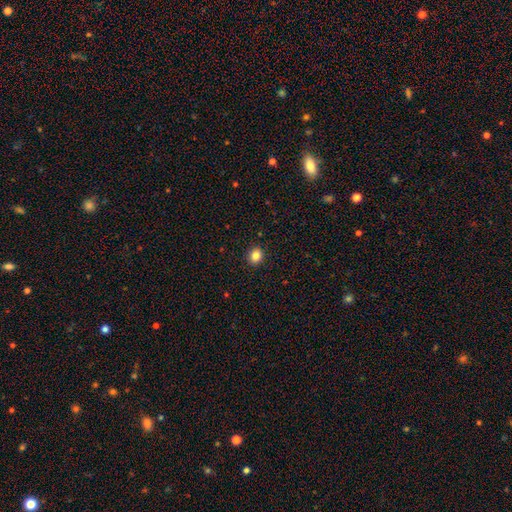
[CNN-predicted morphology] smooth_or_featured: smooth (p=0.84) [alt: star or artifact p=0.11]
how_rounded: round (p=0.76) [alt: in between p=0.23]
merging: none (p=0.92) [alt: minor disturbance p=0.06]